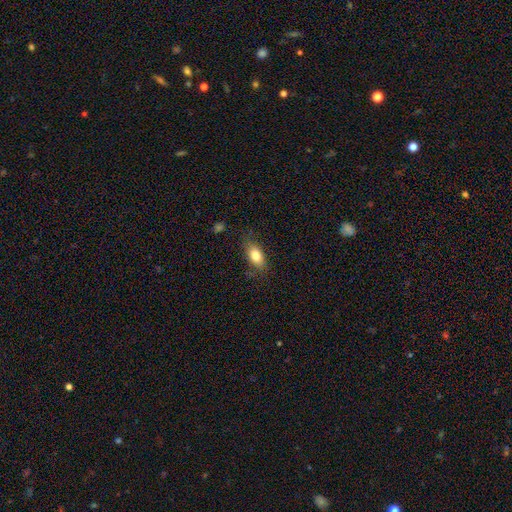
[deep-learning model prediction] A smooth galaxy with no disk features (80%) that is in between round and cigar-shaped (88%). Merging: none (78%).